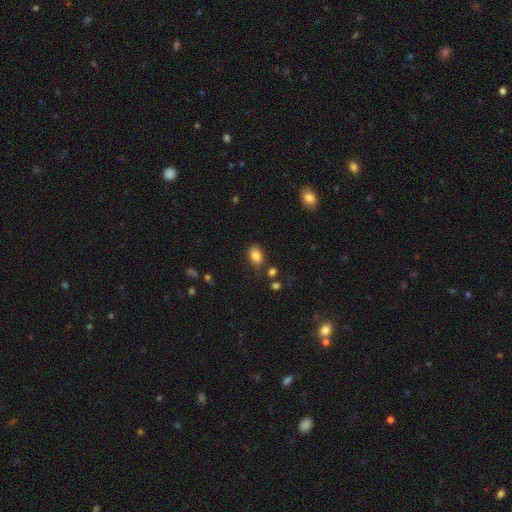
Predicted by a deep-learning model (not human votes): Q: Smooth or featured?
A: smooth (83%); runner-up: star or artifact (9%)
Q: How rounded?
A: in between (77%); runner-up: round (22%)
Q: Merging?
A: none (75%); runner-up: minor disturbance (16%)